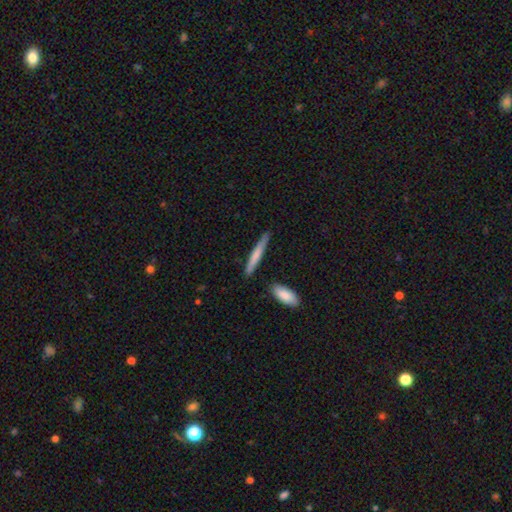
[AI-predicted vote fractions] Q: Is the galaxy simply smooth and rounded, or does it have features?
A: smooth — 66%.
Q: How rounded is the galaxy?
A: cigar-shaped — 94%.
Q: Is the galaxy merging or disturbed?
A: none — 82%.